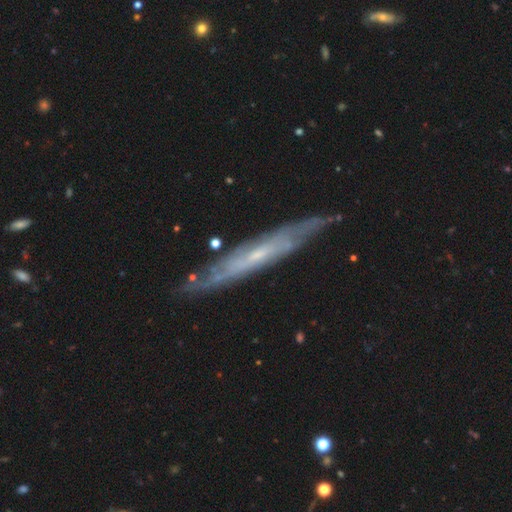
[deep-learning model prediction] Smooth or featured?
  - featured or disk: 77% *
  - smooth: 16%
  - star or artifact: 6%
Edge-on disk?
  - yes: 60% *
  - no: 40%
Merging?
  - none: 78% *
  - minor disturbance: 17%
  - major disturbance: 4%
  - merger: 2%